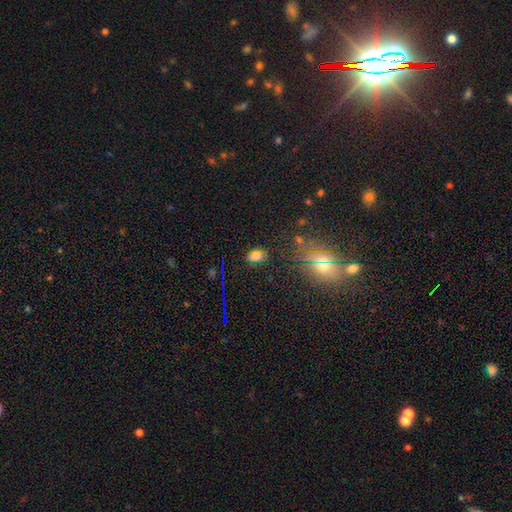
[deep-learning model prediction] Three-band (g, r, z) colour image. It shows a smooth galaxy with no disk features (65%) that is in between round and cigar-shaped (80%). Merging: none (81%).